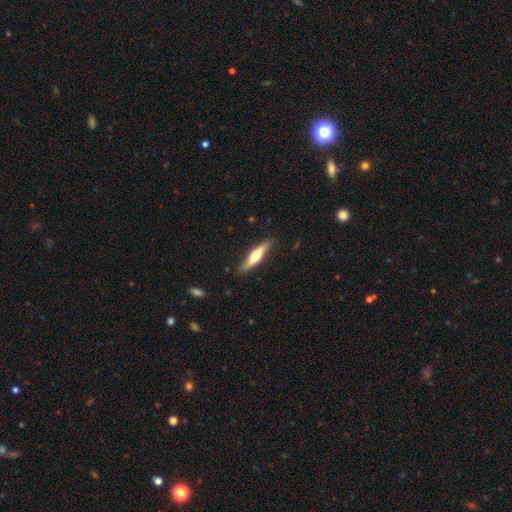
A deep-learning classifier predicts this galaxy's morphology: Smooth or featured? Predicted: featured or disk (p=0.49). Merging? Predicted: none (p=0.86).